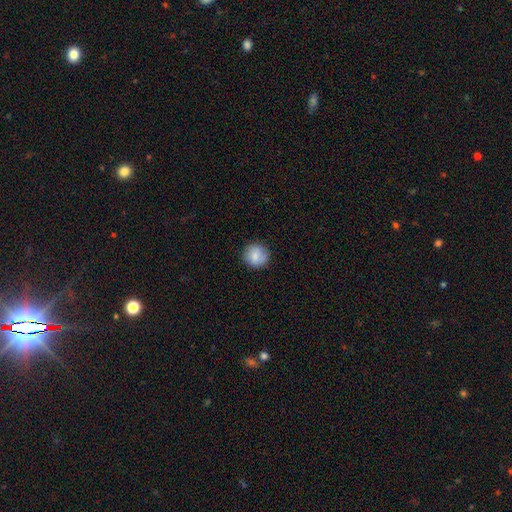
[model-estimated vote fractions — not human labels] Q: Smooth or featured?
A: smooth (80%); runner-up: featured or disk (12%)
Q: How rounded?
A: round (91%); runner-up: in between (8%)
Q: Merging?
A: none (84%); runner-up: minor disturbance (12%)